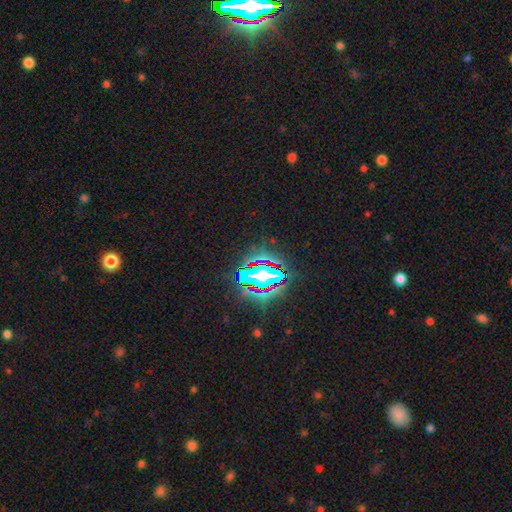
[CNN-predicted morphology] Q: Smooth or featured?
A: star or artifact (83%); runner-up: smooth (10%)